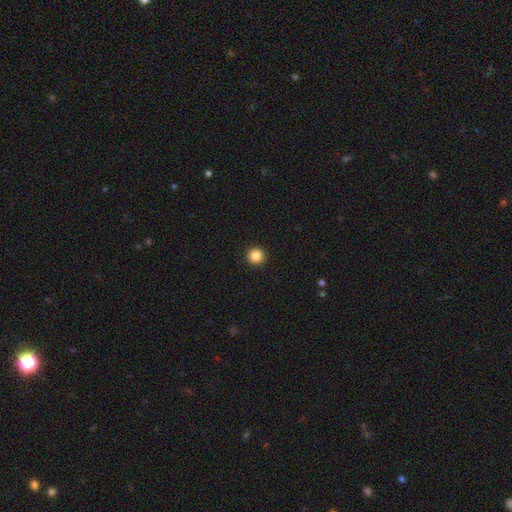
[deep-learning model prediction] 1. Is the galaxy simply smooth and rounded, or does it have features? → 86% smooth, 11% star or artifact, 3% featured or disk.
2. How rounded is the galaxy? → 96% round, 3% in between, 1% cigar-shaped.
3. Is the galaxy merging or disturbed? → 94% none, 4% minor disturbance, 1% major disturbance, 1% merger.